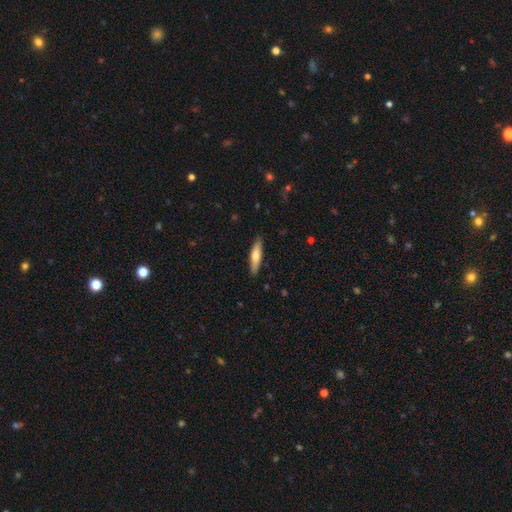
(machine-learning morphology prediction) Smooth or featured? Predicted: smooth (p=0.68). How rounded? Predicted: cigar-shaped (p=0.75). Merging? Predicted: none (p=0.88).